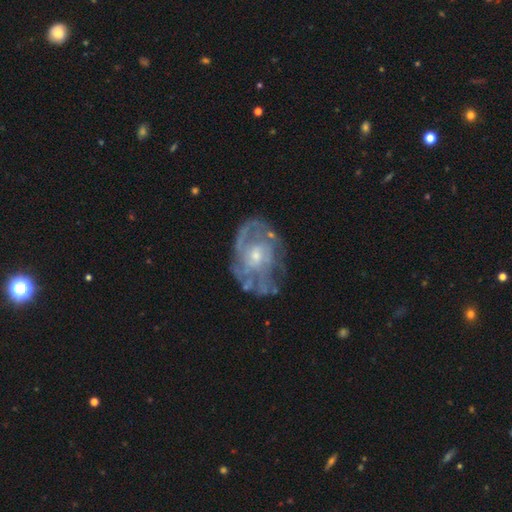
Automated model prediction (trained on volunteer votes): Smooth or featured?
  - featured or disk: 81% *
  - smooth: 11%
  - star or artifact: 7%
Edge-on disk?
  - no: 97% *
  - yes: 3%
Bar?
  - no: 71% *
  - weak: 25%
  - strong: 4%
Spiral arms?
  - yes: 77% *
  - no: 23%
Spiral winding?
  - tight: 48% *
  - medium: 36%
  - loose: 15%
Spiral arm count?
  - can't tell: 47% *
  - 2: 20%
  - 3: 14%
  - 4: 8%
  - 1: 6%
  - more than 4: 5%
Bulge size?
  - small: 57% *
  - moderate: 38%
  - none: 2%
  - large: 2%
  - dominant: 1%
Merging?
  - none: 60% *
  - minor disturbance: 22%
  - major disturbance: 15%
  - merger: 3%